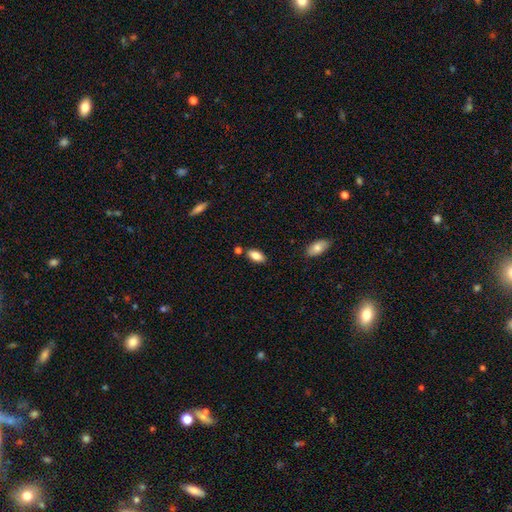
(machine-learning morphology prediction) Overall: smooth (83%). How rounded: in between (90%). Merging: none (80%).